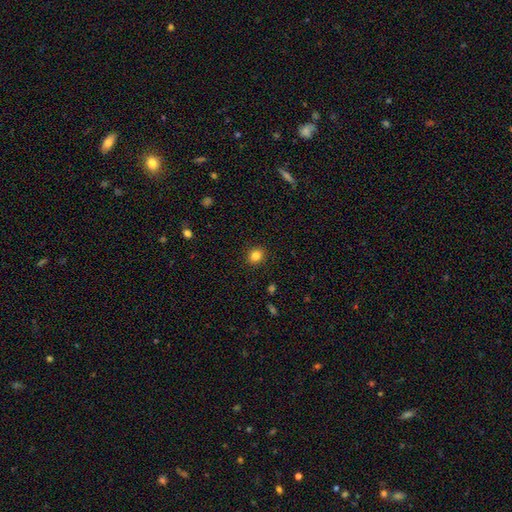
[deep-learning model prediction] smooth 84%, star or artifact 11%, featured or disk 5%. Down the decision tree: how rounded — round (71%); merging — none (90%).